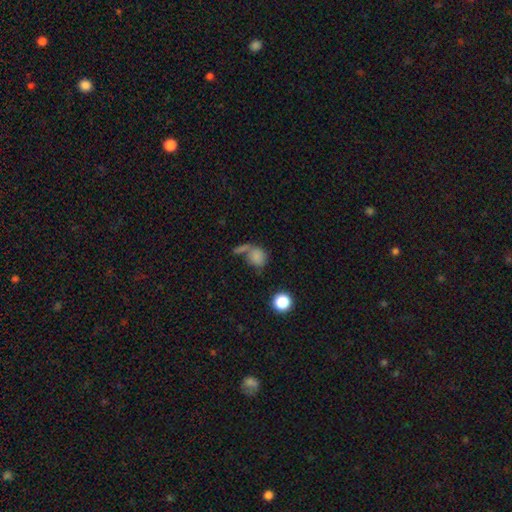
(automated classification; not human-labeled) Overall: smooth (74%). How rounded: round (66%; in between 32%). Merging: merger (37%; none 35%).